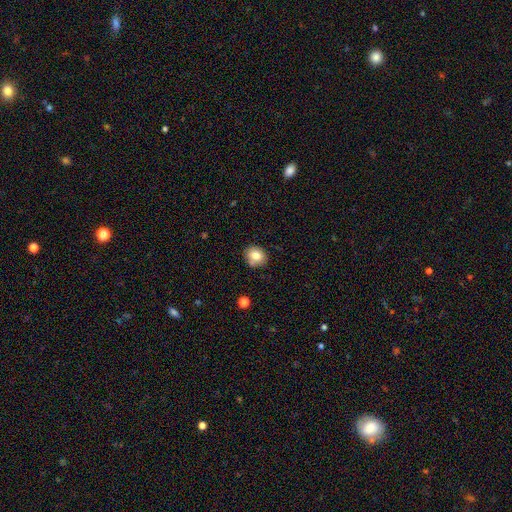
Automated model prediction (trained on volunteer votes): This appears to be a smooth galaxy with no disk features (79%) that is round (60%). Merging: none (75%).